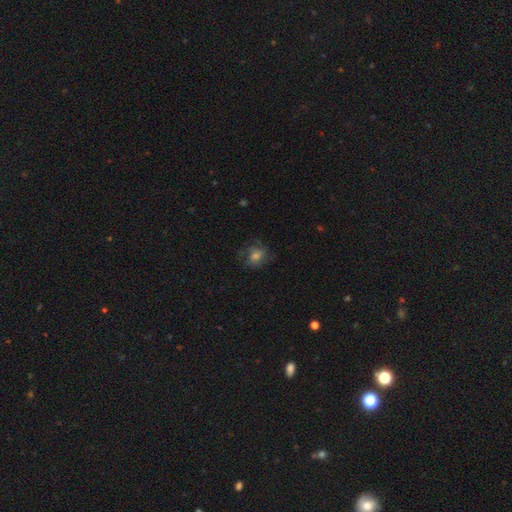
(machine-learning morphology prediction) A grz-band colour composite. It shows a smooth galaxy with no disk features (45%). Merging: none (67%).